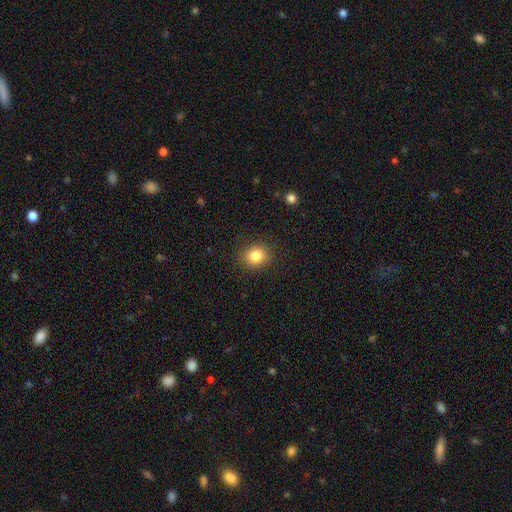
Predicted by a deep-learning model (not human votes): Smooth or featured?
  - smooth: 83% *
  - star or artifact: 11%
  - featured or disk: 6%
How rounded?
  - round: 70% *
  - in between: 29%
  - cigar-shaped: 1%
Merging?
  - none: 89% *
  - minor disturbance: 8%
  - major disturbance: 2%
  - merger: 1%